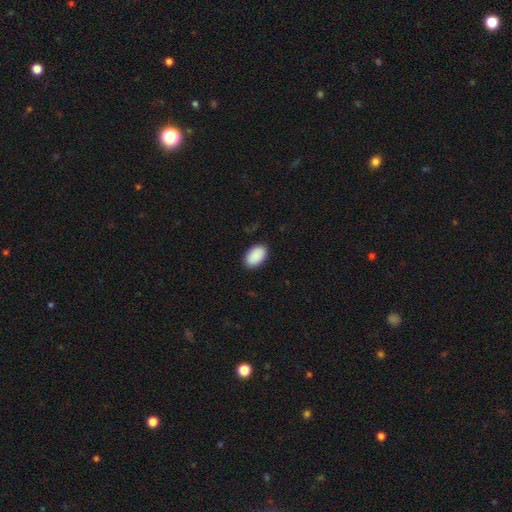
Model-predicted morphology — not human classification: smooth_or_featured: smooth (p=0.91) [alt: star or artifact p=0.06]
how_rounded: in between (p=0.94) [alt: round p=0.05]
merging: none (p=0.89) [alt: minor disturbance p=0.08]